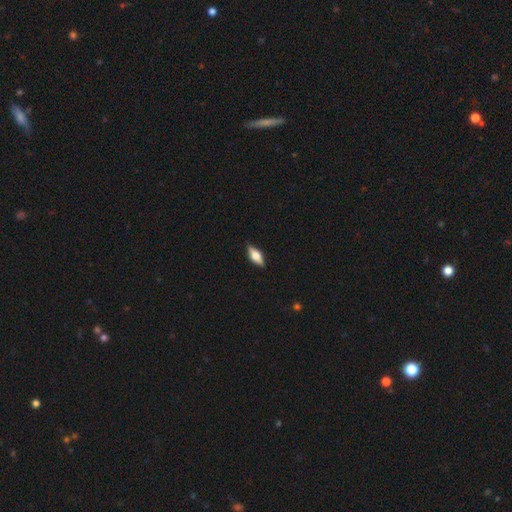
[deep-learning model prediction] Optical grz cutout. It shows a smooth galaxy with no disk features (47%). Merging: none (85%).